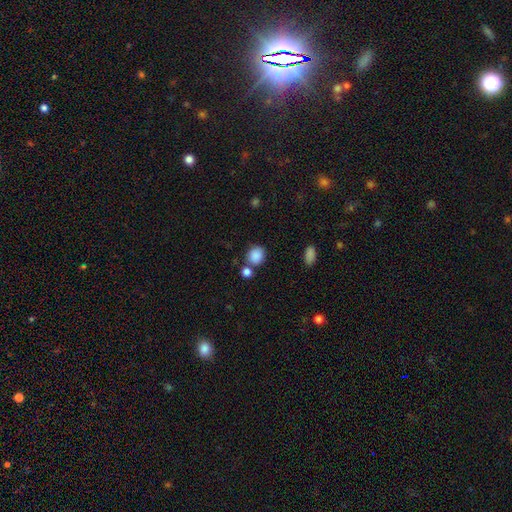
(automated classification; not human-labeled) This appears to be a smooth galaxy with no disk features (87%) that is round (74%). Merging: none (68%).